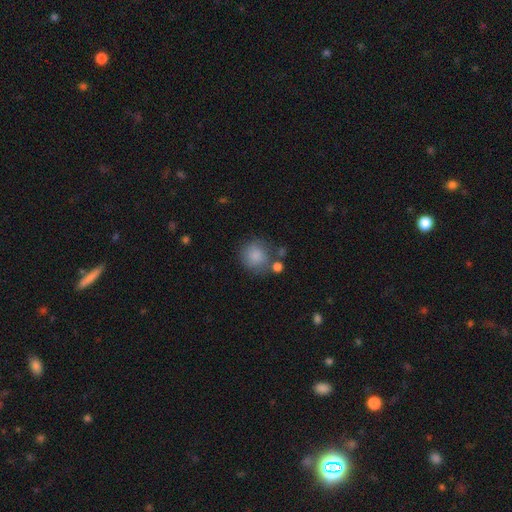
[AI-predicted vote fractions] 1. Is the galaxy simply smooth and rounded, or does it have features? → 82% smooth, 10% featured or disk, 8% star or artifact.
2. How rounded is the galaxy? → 85% round, 14% in between, 1% cigar-shaped.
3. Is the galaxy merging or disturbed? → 61% none, 19% minor disturbance, 12% merger, 9% major disturbance.